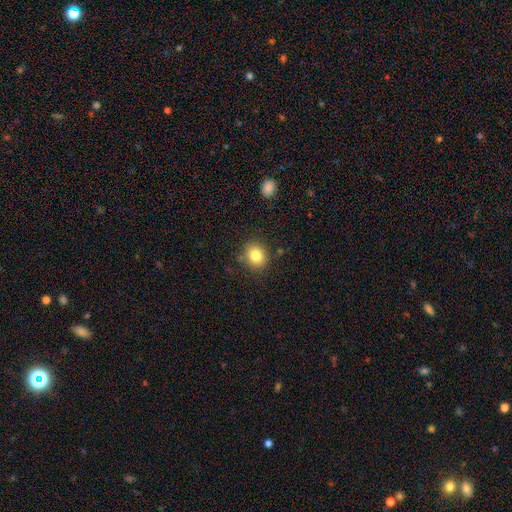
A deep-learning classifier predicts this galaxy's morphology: type=smooth (83%); roundness=round (73%); merging=none (85%).